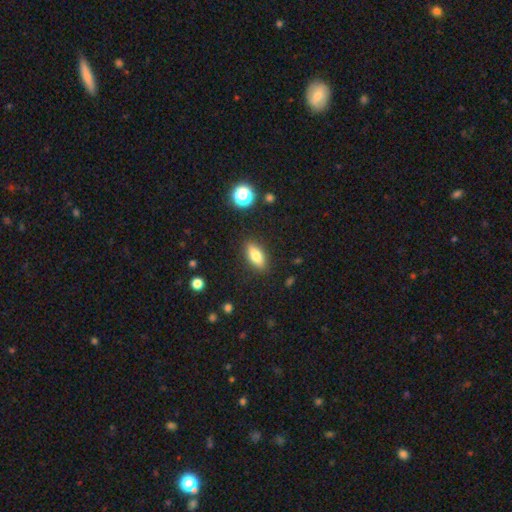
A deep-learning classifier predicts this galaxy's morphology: A smooth galaxy with no disk features (76%) that is in between round and cigar-shaped (77%).

Vote fractions:
- Smooth or featured? smooth: 76% / featured or disk: 15% / star or artifact: 8%
- How rounded? in between: 77% / cigar-shaped: 19% / round: 4%
- Merging? none: 87% / minor disturbance: 9% / major disturbance: 2% / merger: 1%